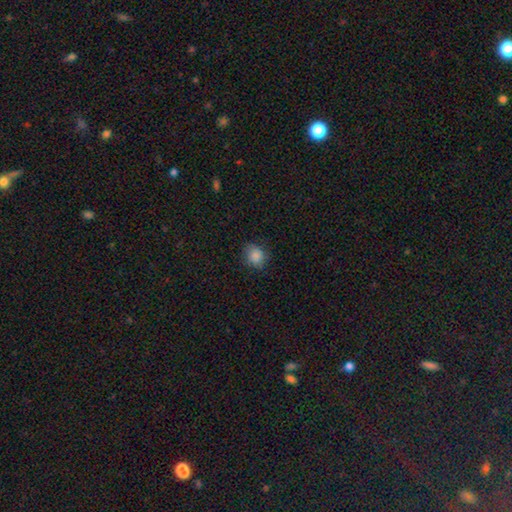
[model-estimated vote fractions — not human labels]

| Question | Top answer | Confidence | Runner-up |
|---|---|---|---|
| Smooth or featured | smooth | 86% | star or artifact (10%) |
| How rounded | round | 73% | in between (26%) |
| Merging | none | 82% | minor disturbance (14%) |